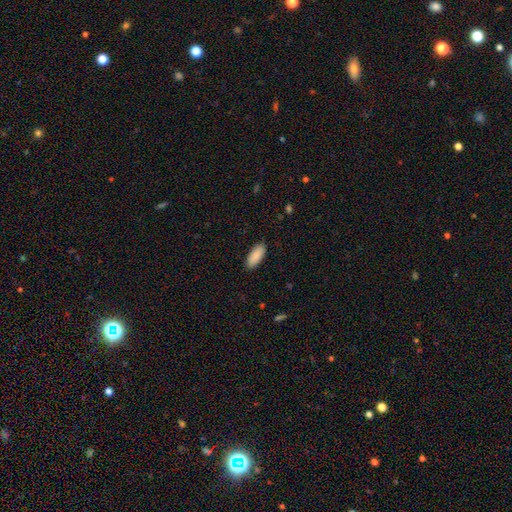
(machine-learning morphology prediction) A smooth galaxy with no disk features (91%) that is in between round and cigar-shaped (84%).

Vote fractions:
- Smooth or featured? smooth: 91% / star or artifact: 6% / featured or disk: 4%
- How rounded? in between: 84% / cigar-shaped: 14% / round: 1%
- Merging? none: 90% / minor disturbance: 7% / major disturbance: 2% / merger: 1%